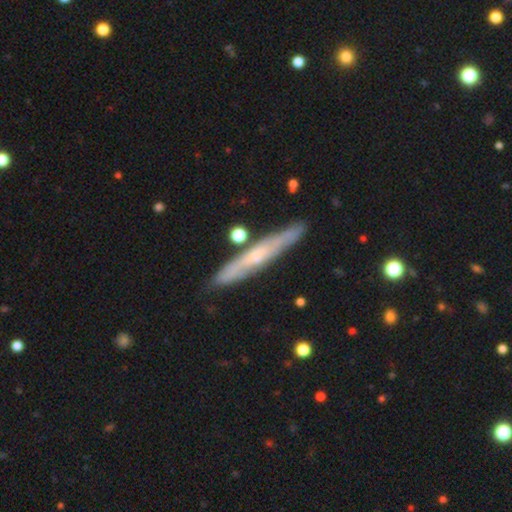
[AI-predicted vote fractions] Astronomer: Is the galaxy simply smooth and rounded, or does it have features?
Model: featured or disk — 58% (runner-up: smooth, 36%).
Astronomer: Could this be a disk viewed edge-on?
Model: yes — 87%.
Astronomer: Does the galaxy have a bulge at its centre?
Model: none — 50% (runner-up: rounded, 45%).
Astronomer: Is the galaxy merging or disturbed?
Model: none — 83%.